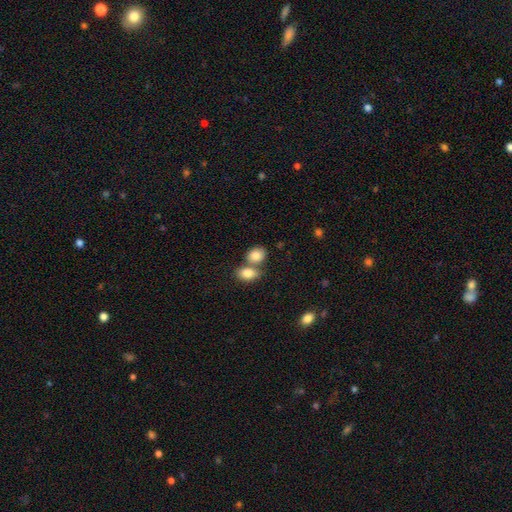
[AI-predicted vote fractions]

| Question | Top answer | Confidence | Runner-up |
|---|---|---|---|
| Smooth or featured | smooth | 85% | featured or disk (8%) |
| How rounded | in between | 60% | round (39%) |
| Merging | merger | 48% | none (41%) |